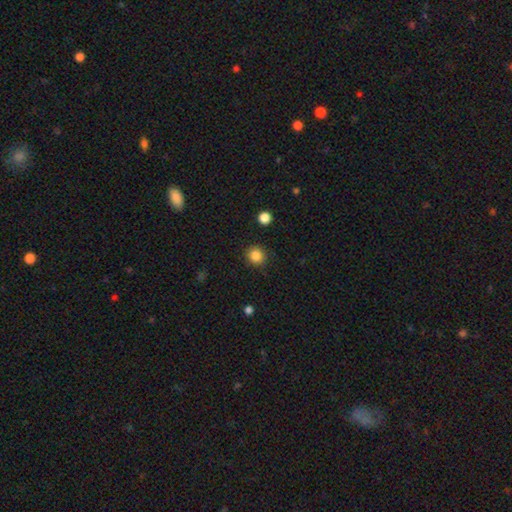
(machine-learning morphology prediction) A smooth galaxy with no disk features (85%) that is round (91%). Merging: none (90%).